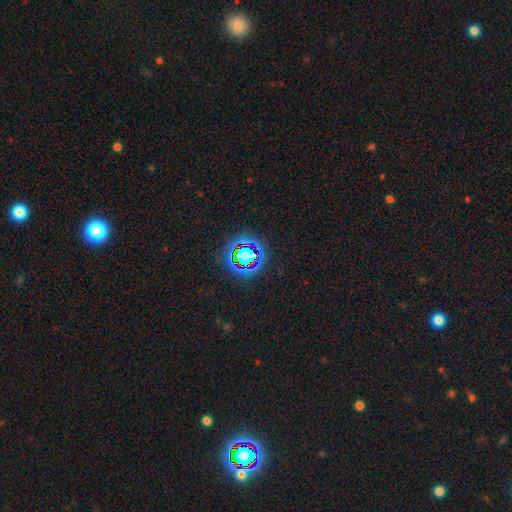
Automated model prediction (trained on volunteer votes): Q: Smooth or featured?
A: star or artifact (75%); runner-up: smooth (15%)